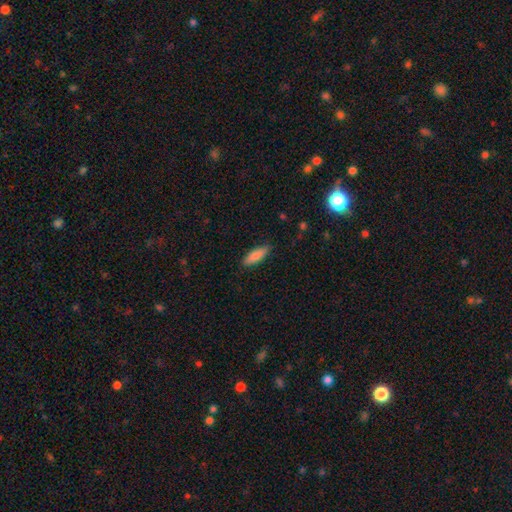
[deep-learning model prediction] This appears to be a smooth galaxy with no disk features (86%) that is in between round and cigar-shaped (52%). Merging: none (86%).